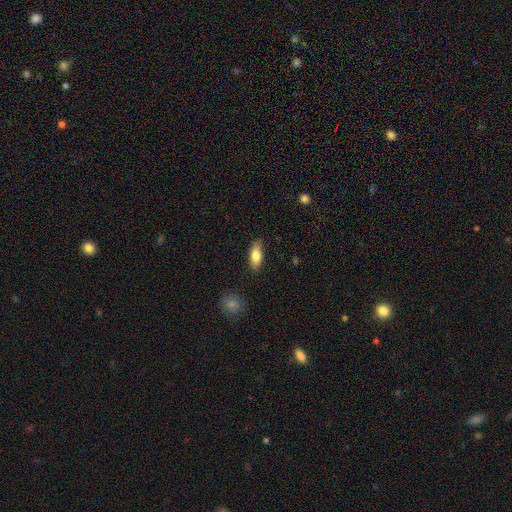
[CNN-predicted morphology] smooth-or-featured: smooth: 79% | featured or disk: 14% | star or artifact: 6%
  how-rounded: in between: 82% | cigar-shaped: 15% | round: 3%
  merging: none: 85% | minor disturbance: 11% | major disturbance: 2% | merger: 1%